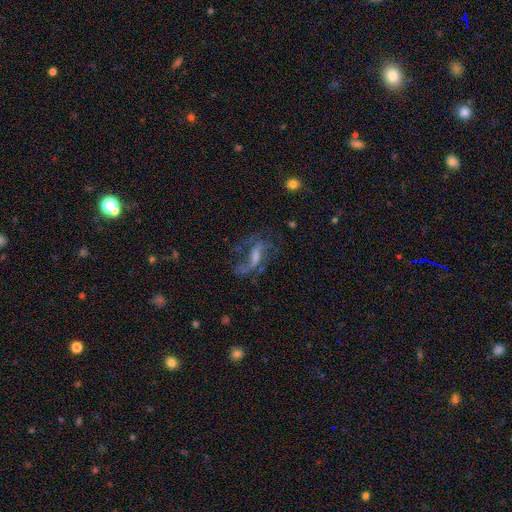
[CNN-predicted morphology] type=featured or disk (72%); edge-on=no (89%); bar=weak (44%); spiral arms=yes (82%); winding=loose (63%); arm count=2 (60%); bulge=small (36%); merging=none (50%).